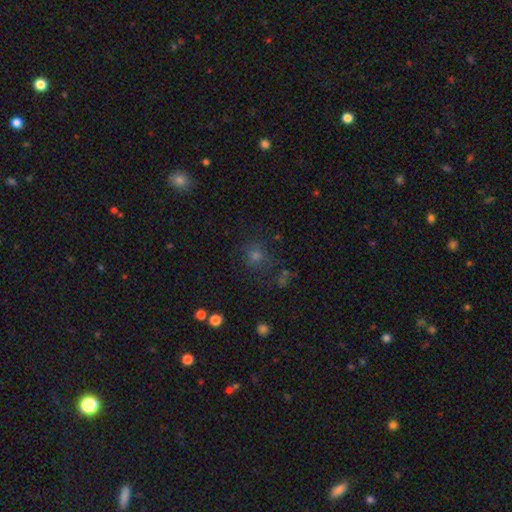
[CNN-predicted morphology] Smooth or featured: smooth — 56% (star or artifact — 34%)
How rounded: round — 84% (in between — 15%)
Merging: none — 76% (minor disturbance — 13%)